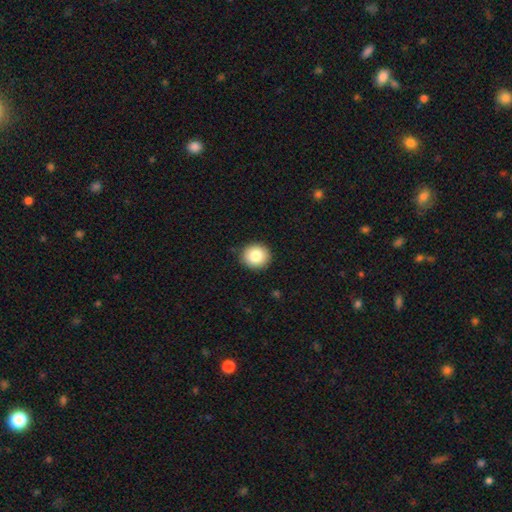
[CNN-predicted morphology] This appears to be a smooth galaxy with no disk features (82%) that is round (88%). Merging: none (91%).